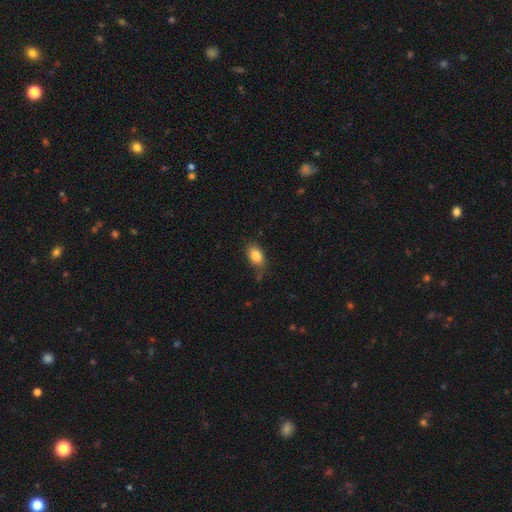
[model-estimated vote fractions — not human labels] Smooth or featured: smooth — 84% (star or artifact — 8%)
How rounded: in between — 87% (round — 10%)
Merging: none — 71% (minor disturbance — 21%)